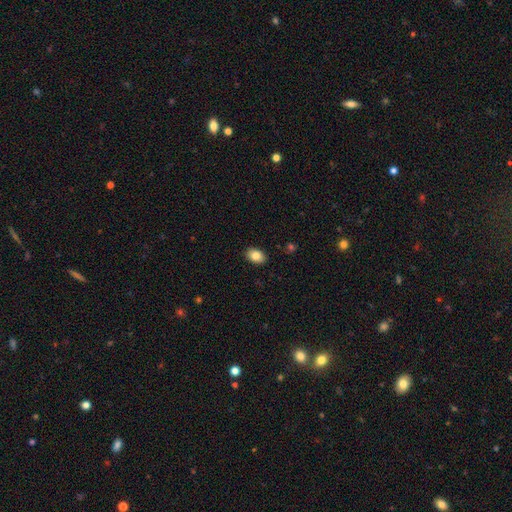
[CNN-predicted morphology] smooth 85%, star or artifact 8%, featured or disk 7%. Down the decision tree: how rounded — in between (85%); merging — none (89%).